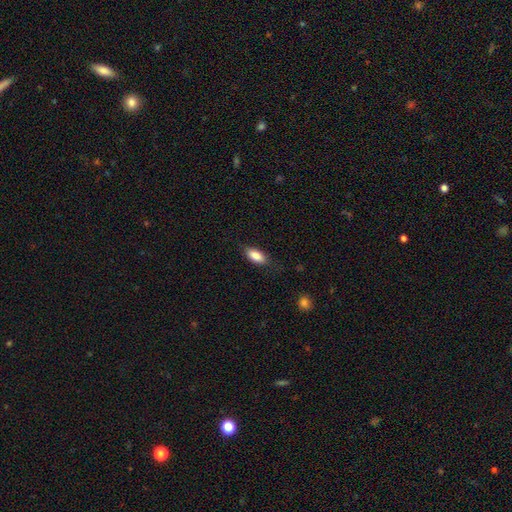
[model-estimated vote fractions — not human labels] Smooth or featured: smooth — 85% (featured or disk — 8%)
How rounded: in between — 85% (cigar-shaped — 12%)
Merging: none — 81% (minor disturbance — 15%)